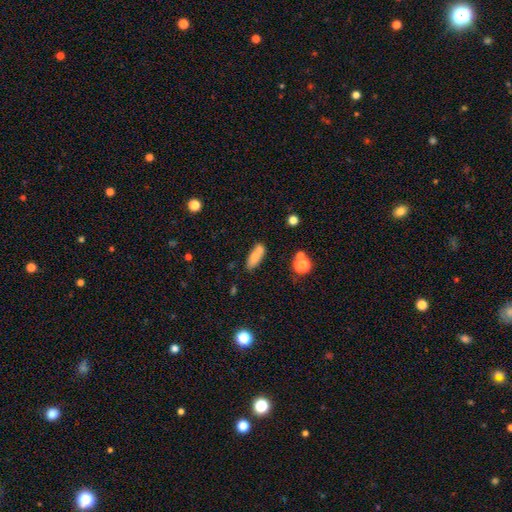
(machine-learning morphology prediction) Overall: smooth (73%). How rounded: in between (67%; cigar-shaped 29%). Merging: none (53%; merger 26%).